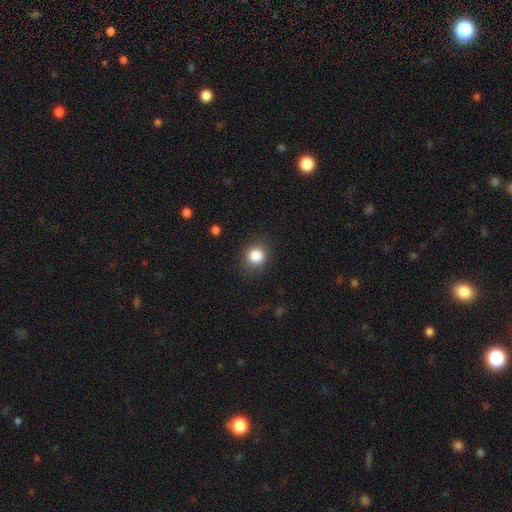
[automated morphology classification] The model was most divided on "how rounded": round: 85%, in between: 14%, cigar-shaped: 1%. More confident: smooth or featured — smooth (86%); merging — none (85%).